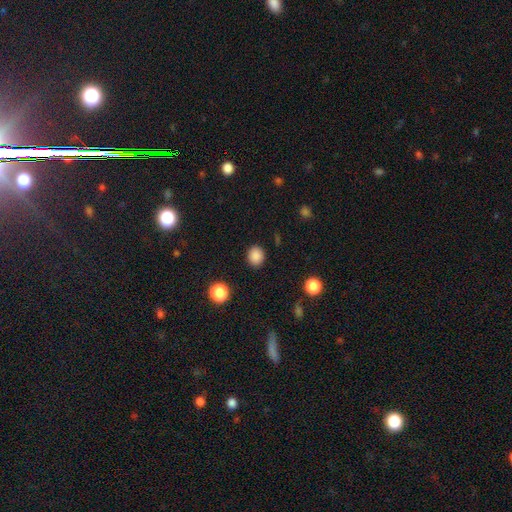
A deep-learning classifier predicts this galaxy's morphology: The model was most divided on "how rounded": round: 67%, in between: 32%, cigar-shaped: 1%. More confident: merging — none (89%); smooth or featured — smooth (86%).